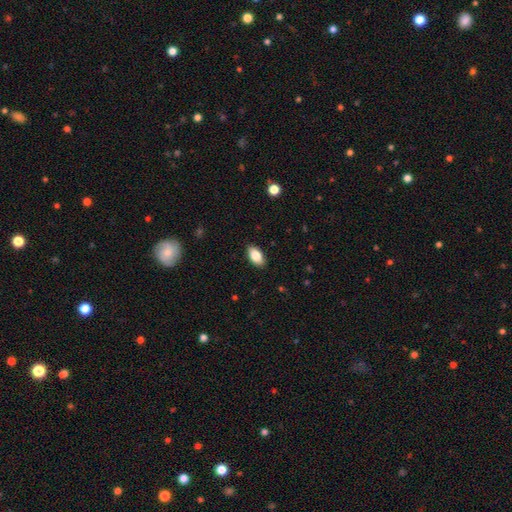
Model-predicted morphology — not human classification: A smooth galaxy with no disk features (85%) that is in between round and cigar-shaped (93%).

Vote fractions:
- Smooth or featured? smooth: 85% / featured or disk: 8% / star or artifact: 7%
- How rounded? in between: 93% / round: 5% / cigar-shaped: 2%
- Merging? none: 89% / minor disturbance: 8% / major disturbance: 2% / merger: 1%